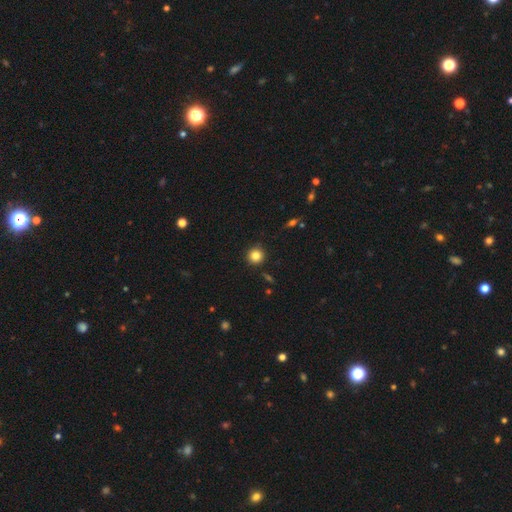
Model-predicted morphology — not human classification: Smooth or featured: smooth — 82% (star or artifact — 11%)
How rounded: round — 94% (in between — 5%)
Merging: none — 91% (minor disturbance — 6%)